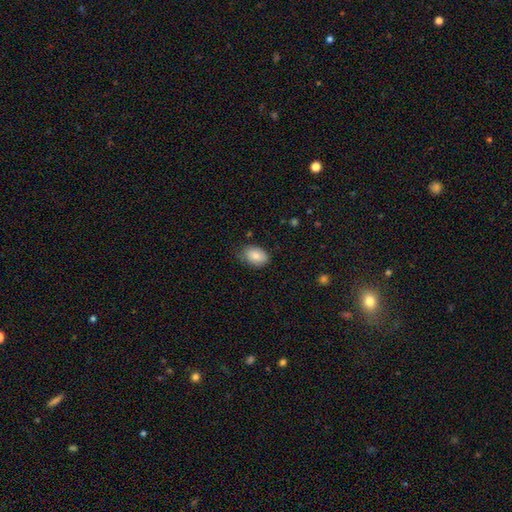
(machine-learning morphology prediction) Smooth or featured: smooth — 82% (featured or disk — 10%)
How rounded: in between — 86% (round — 12%)
Merging: none — 71% (minor disturbance — 24%)